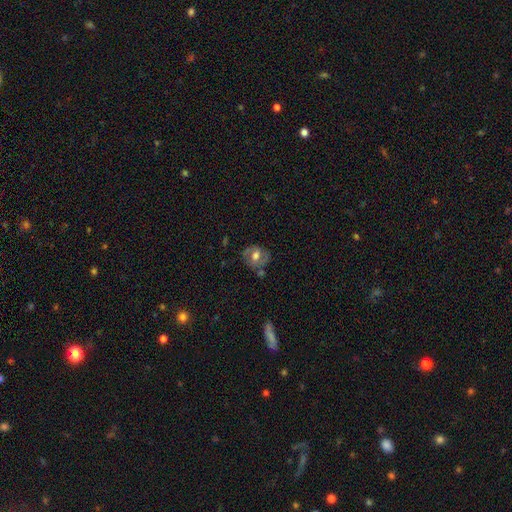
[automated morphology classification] Smooth or featured? featured or disk (50%)
Edge-on disk? no (95%)
Merging? none (66%)